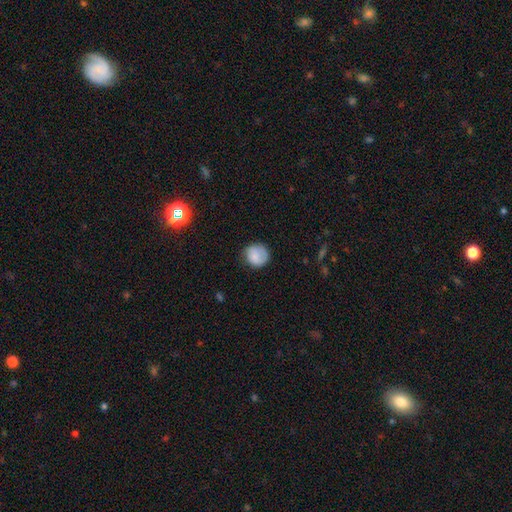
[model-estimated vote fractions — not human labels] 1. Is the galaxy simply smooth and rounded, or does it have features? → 80% smooth, 13% featured or disk, 7% star or artifact.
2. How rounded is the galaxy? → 87% round, 12% in between, 1% cigar-shaped.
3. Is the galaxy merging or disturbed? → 71% none, 21% minor disturbance, 6% major disturbance, 1% merger.